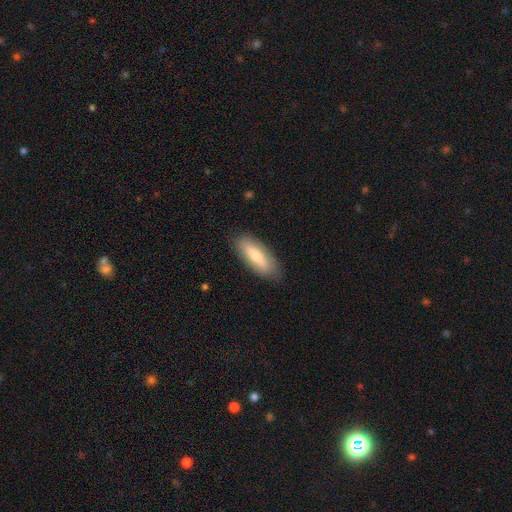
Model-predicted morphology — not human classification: This appears to be a smooth galaxy with no disk features (64%) that is in between round and cigar-shaped (64%). Merging: none (86%).